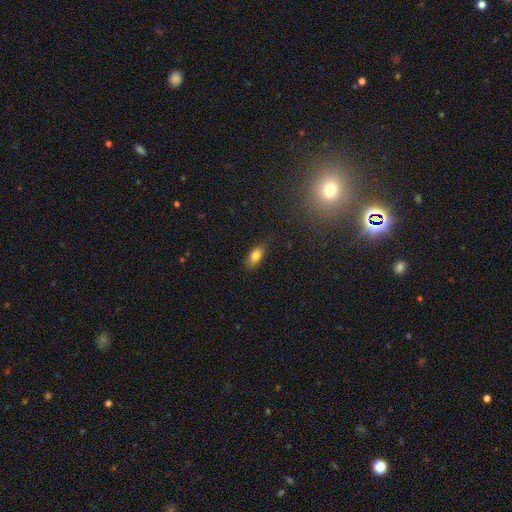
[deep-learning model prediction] This appears to be a smooth galaxy with no disk features (81%) that is in between round and cigar-shaped (87%). Merging: none (84%).